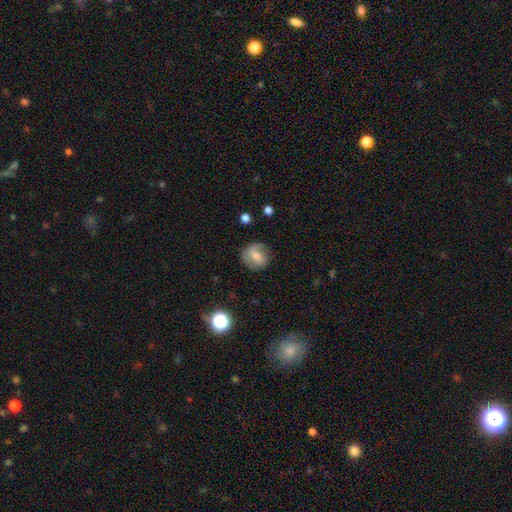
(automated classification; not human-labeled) The model was most divided on "smooth or featured": smooth: 52%, featured or disk: 39%, star or artifact: 9%. More confident: how rounded — round (78%); merging — none (74%).